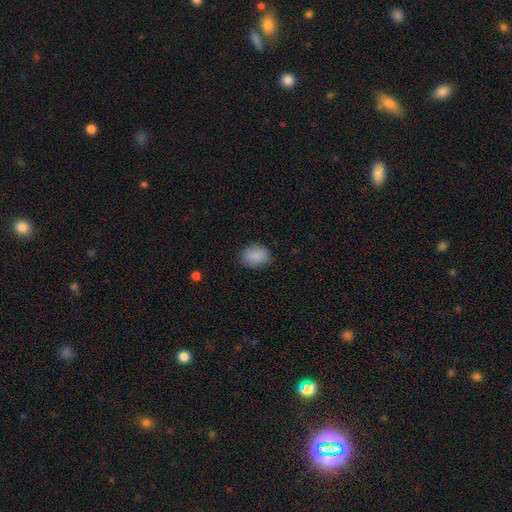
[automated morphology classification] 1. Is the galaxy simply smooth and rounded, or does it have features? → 87% smooth, 8% star or artifact, 5% featured or disk.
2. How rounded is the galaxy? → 67% in between, 32% round, 1% cigar-shaped.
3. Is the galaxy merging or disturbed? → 78% none, 17% minor disturbance, 4% major disturbance, 1% merger.